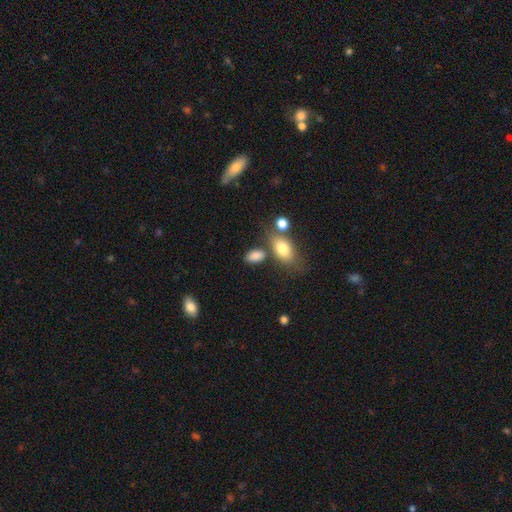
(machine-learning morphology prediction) This is clearly a smooth galaxy (83%). How rounded: clearly in between (88%). Merging: likely none (63%).